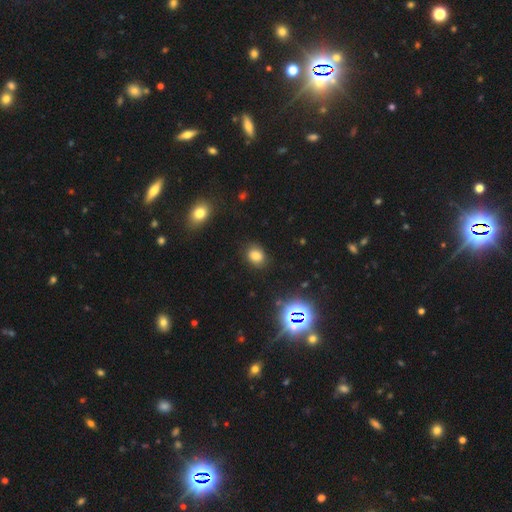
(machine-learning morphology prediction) This is likely a smooth galaxy (77%). How rounded: possibly in between (53%). Merging: clearly none (84%).